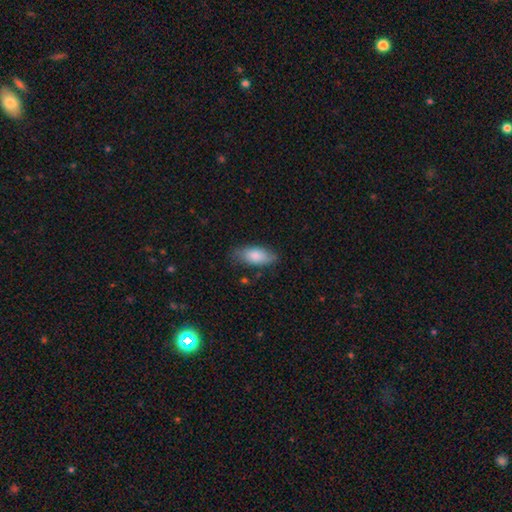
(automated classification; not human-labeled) Smooth or featured: smooth — 83% (featured or disk — 11%)
How rounded: in between — 86% (cigar-shaped — 12%)
Merging: none — 71% (minor disturbance — 22%)